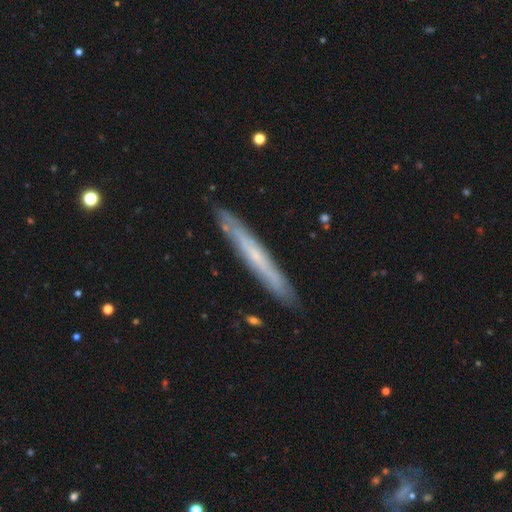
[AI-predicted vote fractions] Smooth or featured? featured or disk (60%)
Edge-on disk? yes (85%)
Edge-on bulge? none (66%)
Merging? none (87%)